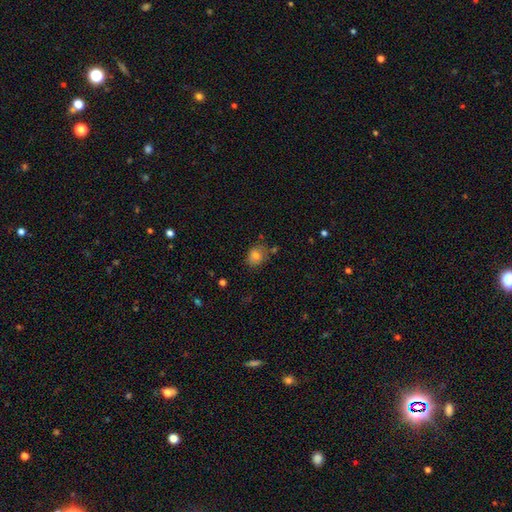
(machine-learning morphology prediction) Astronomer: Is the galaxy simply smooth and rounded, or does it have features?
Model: smooth — 78%.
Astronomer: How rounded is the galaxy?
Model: round — 53% (runner-up: in between, 46%).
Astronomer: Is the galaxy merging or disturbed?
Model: none — 71%.